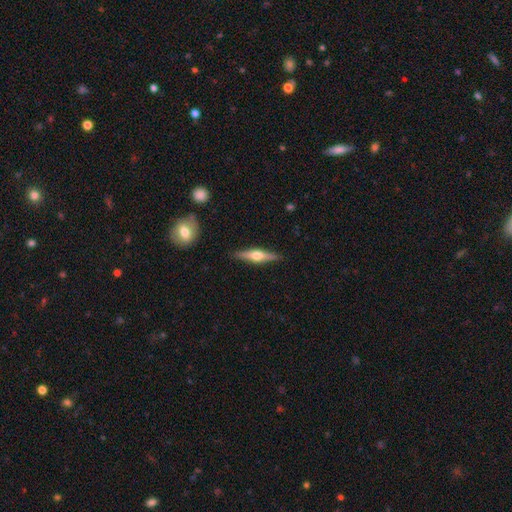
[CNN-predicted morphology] This appears to be a featured or disk galaxy (68%) viewed edge-on (97%) with a rounded central bulge (93%). Merging: none (89%).